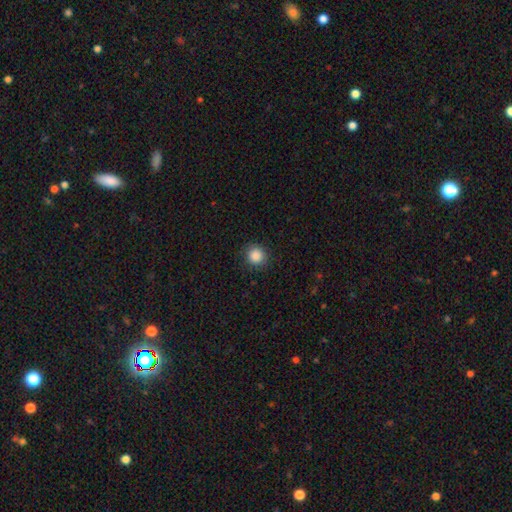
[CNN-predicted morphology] smooth-or-featured: smooth: 87% | star or artifact: 10% | featured or disk: 3%
  how-rounded: round: 91% | in between: 8% | cigar-shaped: 1%
  merging: none: 89% | minor disturbance: 8% | major disturbance: 2% | merger: 1%